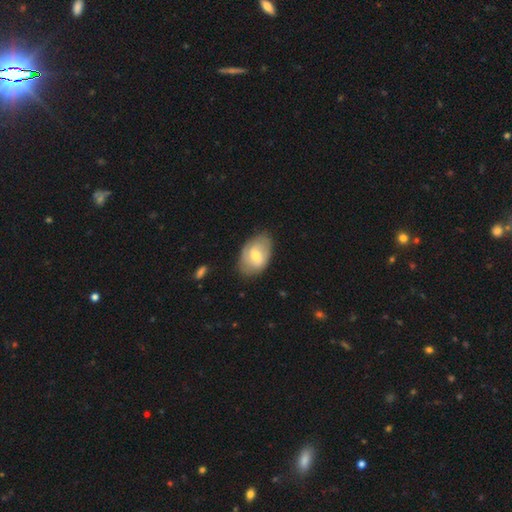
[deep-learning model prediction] Smooth or featured? smooth (51%)
How rounded? in between (86%)
Merging? none (69%)